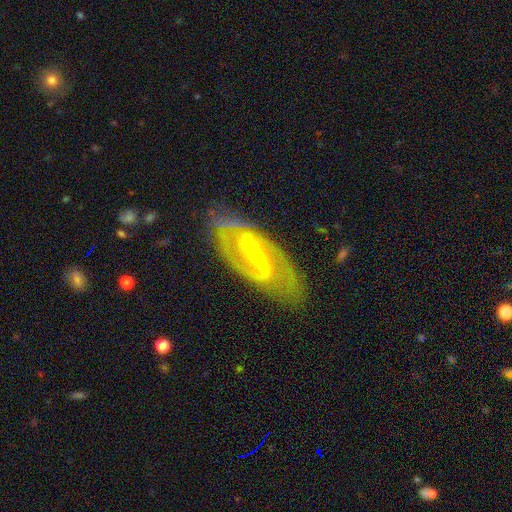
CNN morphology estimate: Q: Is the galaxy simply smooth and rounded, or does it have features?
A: featured or disk — 90%.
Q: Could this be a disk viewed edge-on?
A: no — 95%.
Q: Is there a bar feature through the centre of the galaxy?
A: strong — 65%.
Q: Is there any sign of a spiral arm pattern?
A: yes — 95%.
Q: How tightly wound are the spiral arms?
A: medium — 53%.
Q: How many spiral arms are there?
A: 2 — 91%.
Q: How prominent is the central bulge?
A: small — 71%.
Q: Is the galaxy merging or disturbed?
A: none — 73%.